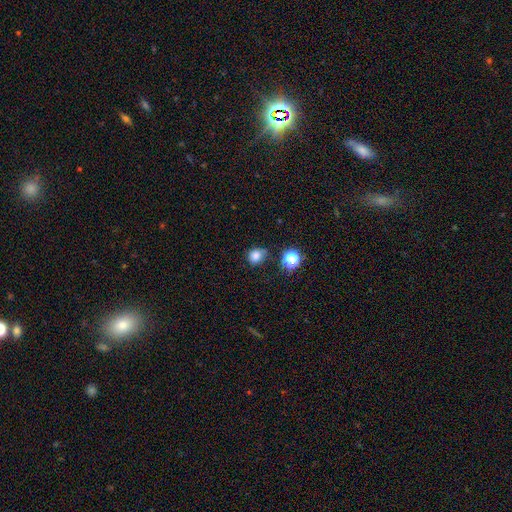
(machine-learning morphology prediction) Smooth or featured? Predicted: smooth (p=0.79). How rounded? Predicted: round (p=0.75). Merging? Predicted: none (p=0.64).